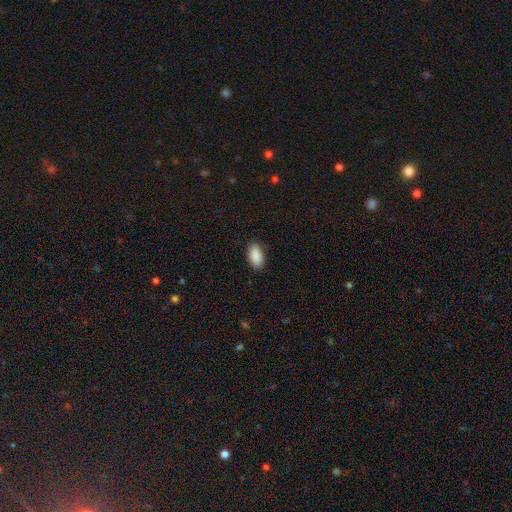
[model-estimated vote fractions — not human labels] Smooth or featured?
  - smooth: 90% *
  - star or artifact: 6%
  - featured or disk: 3%
How rounded?
  - in between: 94% *
  - cigar-shaped: 3%
  - round: 3%
Merging?
  - none: 87% *
  - minor disturbance: 10%
  - major disturbance: 2%
  - merger: 1%